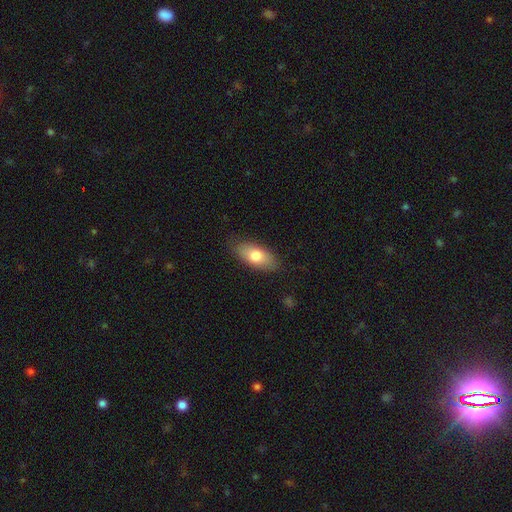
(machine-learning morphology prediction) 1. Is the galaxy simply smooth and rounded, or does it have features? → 77% smooth, 17% featured or disk, 6% star or artifact.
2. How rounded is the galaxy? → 87% in between, 10% cigar-shaped, 4% round.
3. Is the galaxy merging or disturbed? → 83% none, 13% minor disturbance, 3% major disturbance, 1% merger.